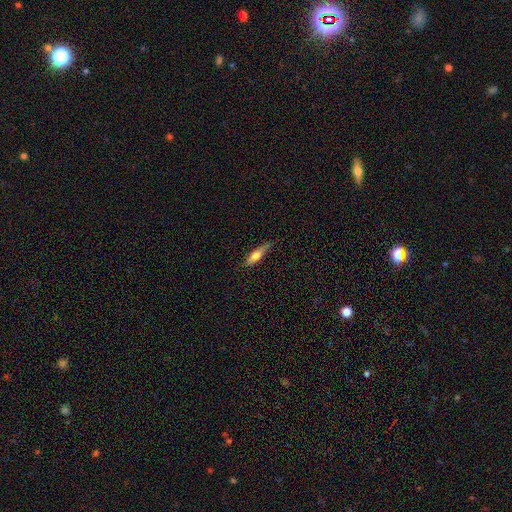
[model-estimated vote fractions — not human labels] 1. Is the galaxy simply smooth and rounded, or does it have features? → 61% smooth, 33% featured or disk, 6% star or artifact.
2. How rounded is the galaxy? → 66% cigar-shaped, 32% in between, 2% round.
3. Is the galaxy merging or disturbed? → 73% none, 21% minor disturbance, 4% major disturbance, 1% merger.